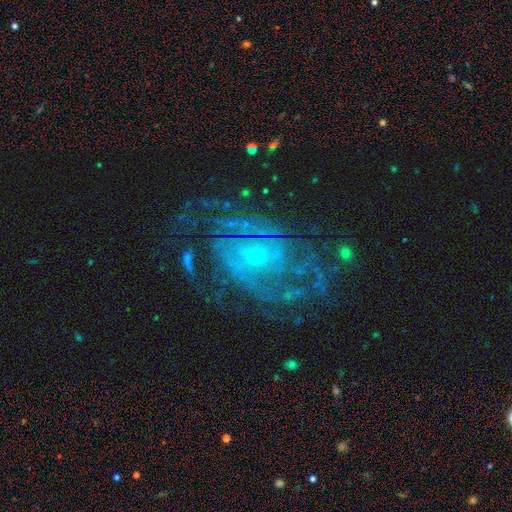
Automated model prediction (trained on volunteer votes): Overall: featured or disk (87%). Edge-on disk: no (97%). Bar: no (67%). Spiral arms: yes (94%). Spiral arm count: 2 (31%; can't tell 26%). Spiral winding: tight (45%; medium 41%). Bulge size: small (61%; moderate 30%). Merging: none (61%).